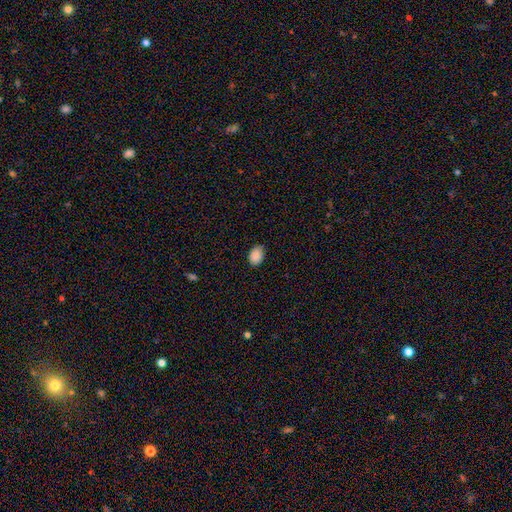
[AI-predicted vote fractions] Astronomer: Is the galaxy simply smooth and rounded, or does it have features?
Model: smooth — 89%.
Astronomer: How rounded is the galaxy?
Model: in between — 75%.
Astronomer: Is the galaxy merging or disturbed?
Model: none — 81%.